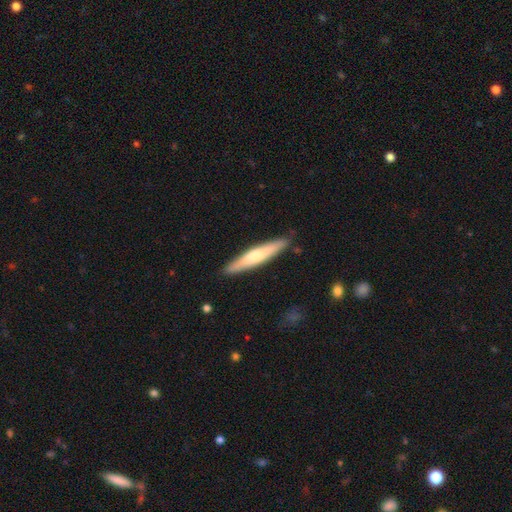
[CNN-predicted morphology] Smooth or featured?
  - smooth: 57% *
  - featured or disk: 38%
  - star or artifact: 5%
How rounded?
  - cigar-shaped: 91% *
  - in between: 8%
  - round: 1%
Merging?
  - none: 88% *
  - minor disturbance: 9%
  - major disturbance: 2%
  - merger: 1%